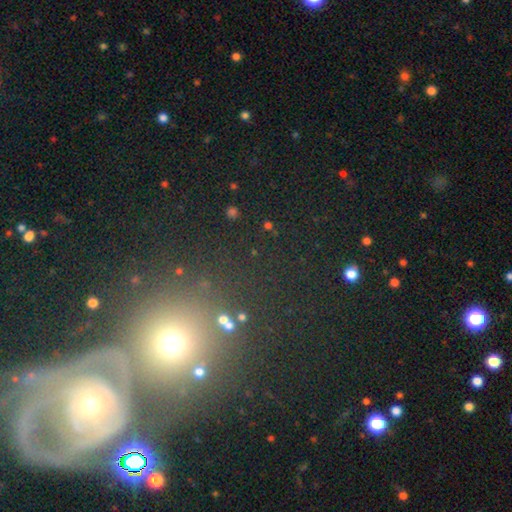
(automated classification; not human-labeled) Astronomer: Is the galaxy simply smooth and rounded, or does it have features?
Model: star or artifact — 38% (runner-up: smooth, 32%).